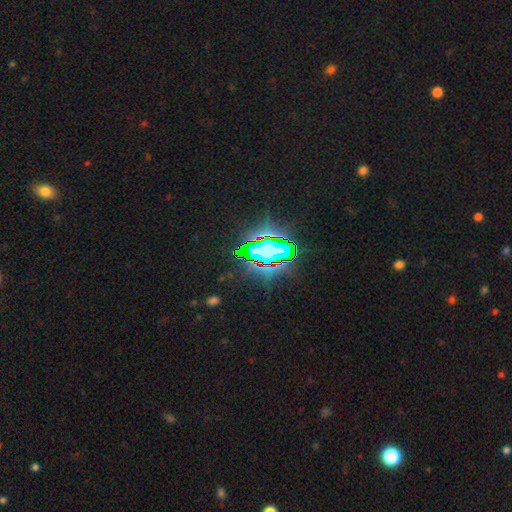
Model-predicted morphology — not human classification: smooth_or_featured: star or artifact (p=0.73) [alt: smooth p=0.14]